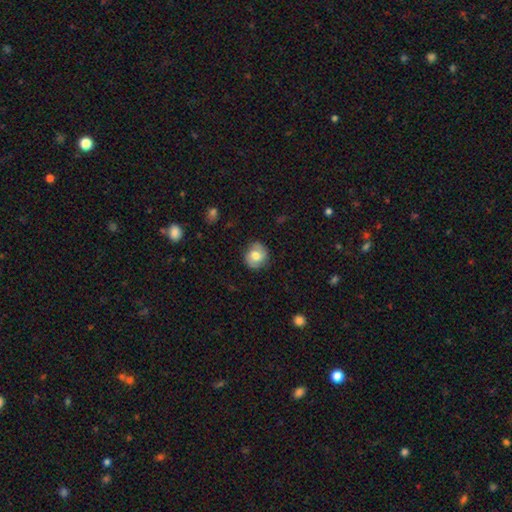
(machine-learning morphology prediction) Overall: smooth (62%; featured or disk 30%). How rounded: round (79%). Merging: none (80%).